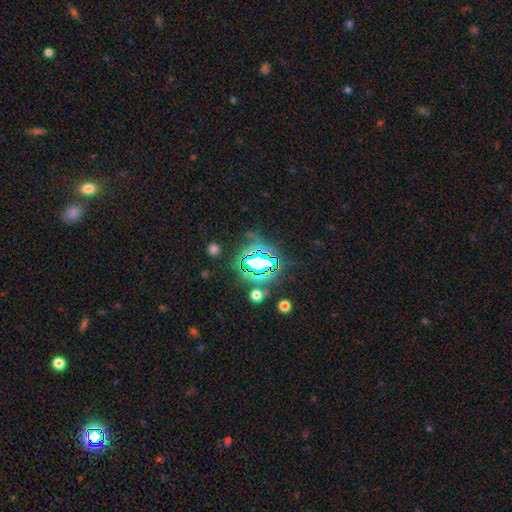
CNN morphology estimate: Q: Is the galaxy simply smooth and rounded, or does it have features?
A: star or artifact — 75%.